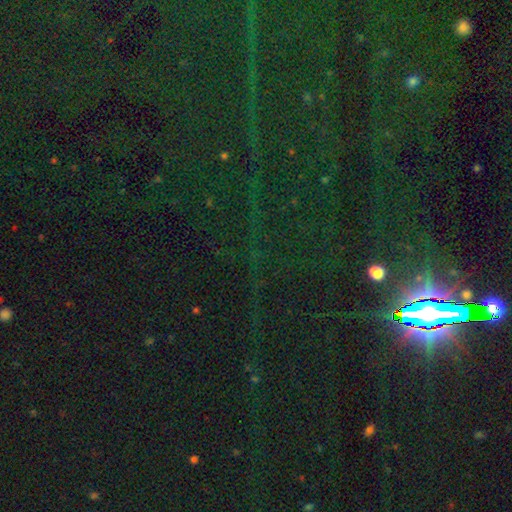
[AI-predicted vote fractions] Smooth or featured? Predicted: star or artifact (p=0.84).